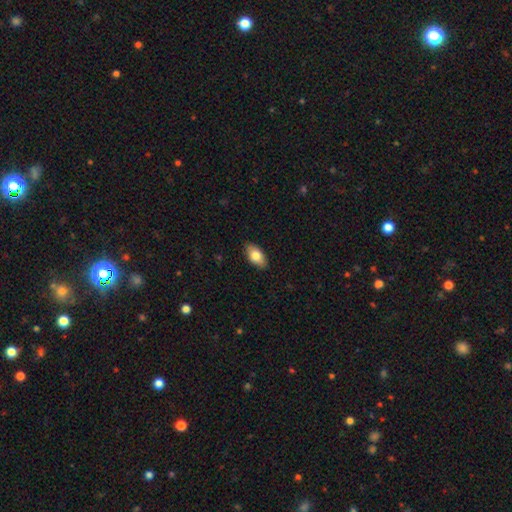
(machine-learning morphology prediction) A smooth galaxy with no disk features (80%) that is in between round and cigar-shaped (93%). Merging: none (88%).